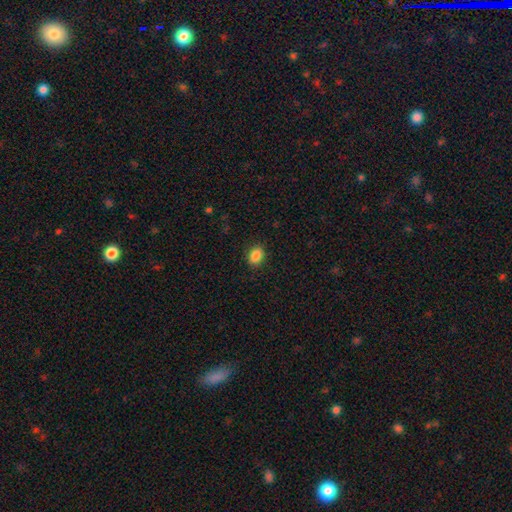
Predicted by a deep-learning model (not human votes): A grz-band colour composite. It shows a smooth galaxy with no disk features (87%) that is in between round and cigar-shaped (65%). Merging: none (89%).